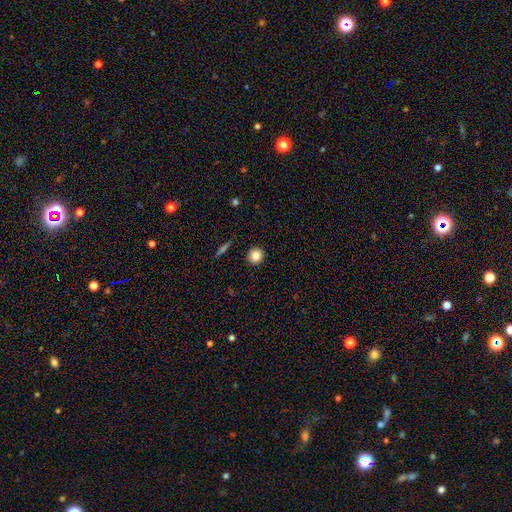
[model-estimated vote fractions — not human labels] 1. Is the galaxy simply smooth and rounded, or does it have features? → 84% smooth, 10% star or artifact, 7% featured or disk.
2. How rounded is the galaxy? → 91% round, 8% in between, 1% cigar-shaped.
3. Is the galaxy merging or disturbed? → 92% none, 6% minor disturbance, 2% major disturbance, 1% merger.